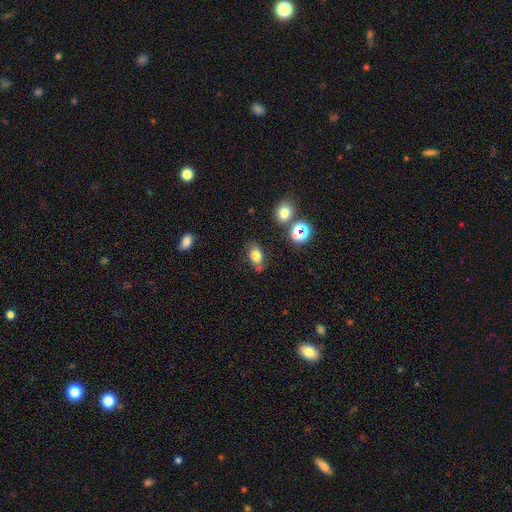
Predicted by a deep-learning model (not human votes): smooth_or_featured: smooth (p=0.77) [alt: star or artifact p=0.14]
how_rounded: in between (p=0.78) [alt: round p=0.21]
merging: none (p=0.67) [alt: minor disturbance p=0.18]